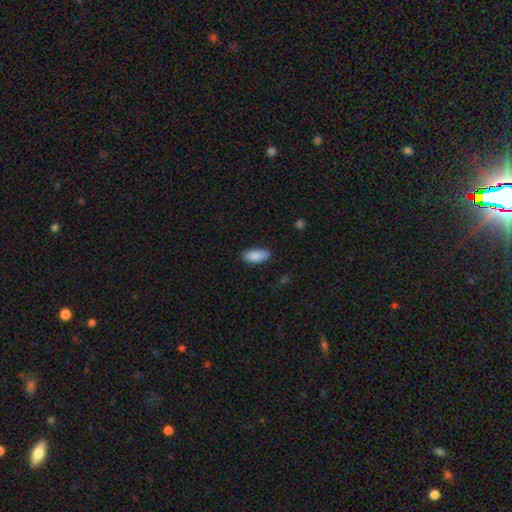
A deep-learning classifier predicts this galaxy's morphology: This appears to be a smooth galaxy with no disk features (89%) that is in between round and cigar-shaped (86%). Merging: none (85%).